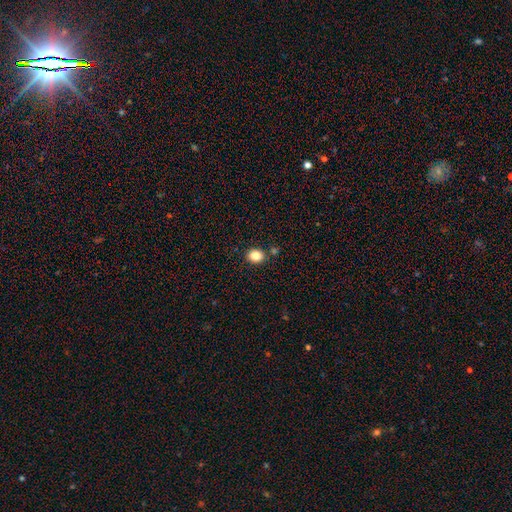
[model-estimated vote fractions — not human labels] Overall: smooth (85%). How rounded: round (53%; in between 46%). Merging: none (84%).